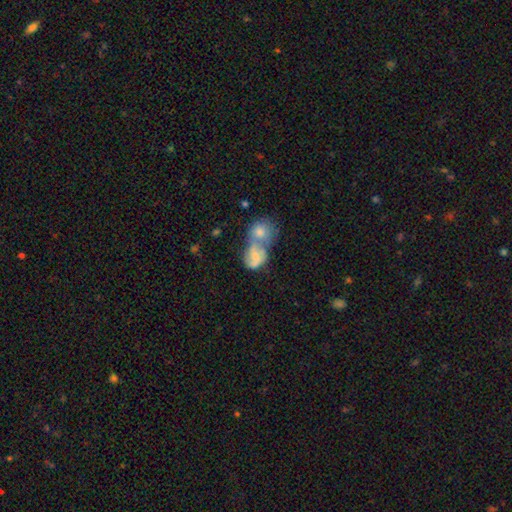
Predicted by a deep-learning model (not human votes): smooth-or-featured: smooth: 51% | featured or disk: 40% | star or artifact: 9%
  how-rounded: in between: 60% | round: 38% | cigar-shaped: 2%
  merging: merger: 78% | none: 10% | major disturbance: 6% | minor disturbance: 6%